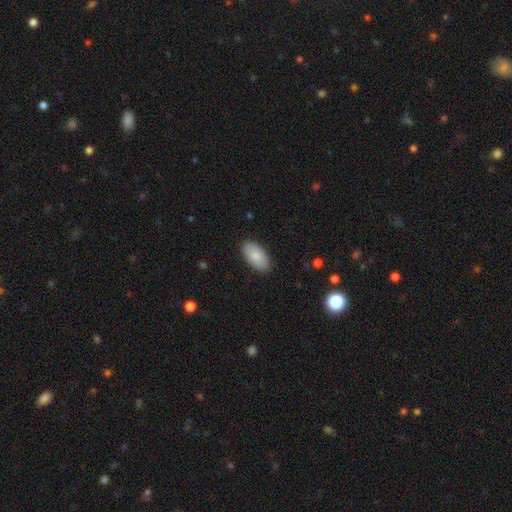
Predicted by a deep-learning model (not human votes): A smooth galaxy with no disk features (85%) that is in between round and cigar-shaped (95%).

Vote fractions:
- Smooth or featured? smooth: 85% / featured or disk: 9% / star or artifact: 6%
- How rounded? in between: 95% / round: 3% / cigar-shaped: 2%
- Merging? none: 88% / minor disturbance: 9% / major disturbance: 2% / merger: 1%